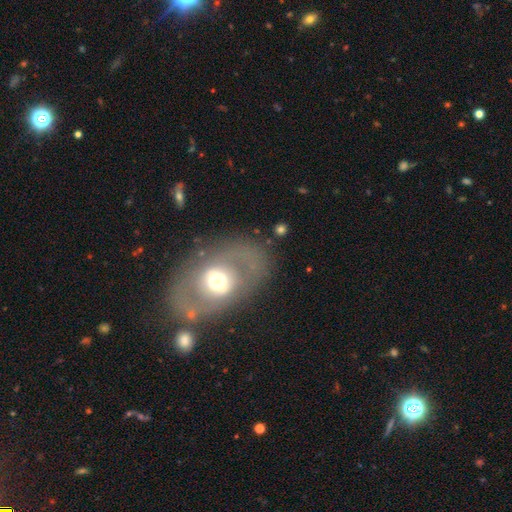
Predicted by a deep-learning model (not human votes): Smooth or featured: featured or disk — 56% (smooth — 35%)
Edge-on disk: no — 92% (yes — 8%)
Bar: no — 65% (weak — 24%)
Spiral arms: no — 72% (yes — 28%)
Bulge size: moderate — 63% (large — 25%)
Merging: none — 75% (minor disturbance — 13%)